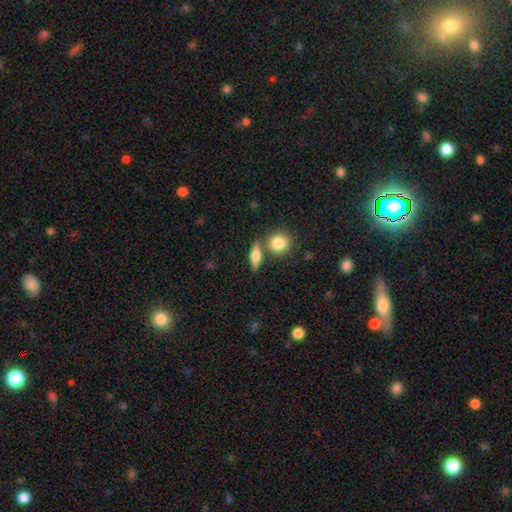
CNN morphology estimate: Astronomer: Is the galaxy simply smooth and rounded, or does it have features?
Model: smooth — 50% (runner-up: featured or disk, 42%).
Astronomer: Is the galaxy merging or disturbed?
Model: none — 73%.